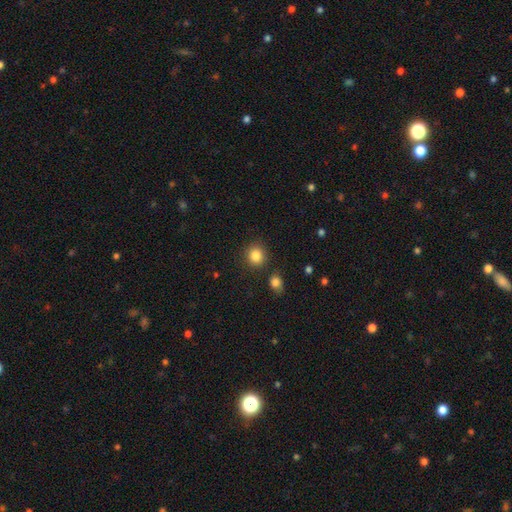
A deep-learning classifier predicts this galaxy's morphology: Q: Smooth or featured?
A: smooth (85%); runner-up: star or artifact (10%)
Q: How rounded?
A: round (85%); runner-up: in between (14%)
Q: Merging?
A: none (86%); runner-up: minor disturbance (8%)